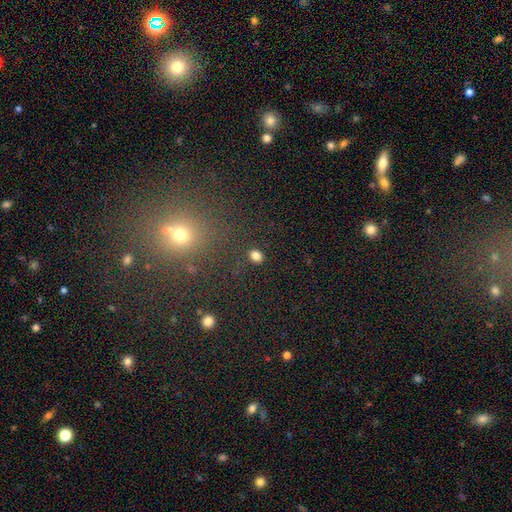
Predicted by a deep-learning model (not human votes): Morphology: type=smooth (81%); roundness=round (50%); merging=none (87%).